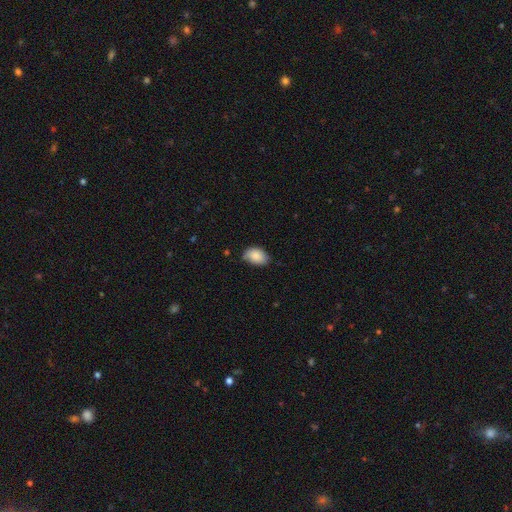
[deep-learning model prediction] Morphology: type=smooth (87%); roundness=in between (86%); merging=none (65%).